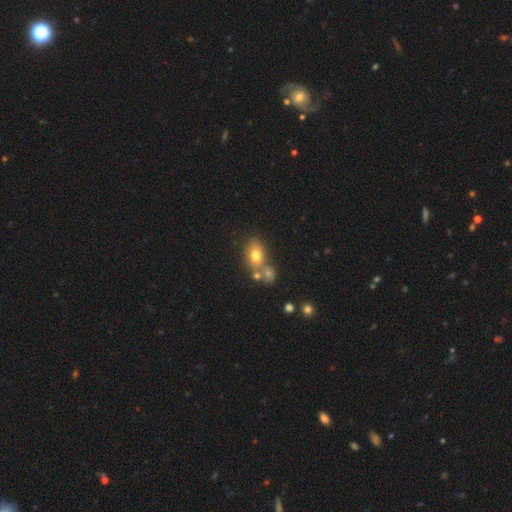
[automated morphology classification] Smooth or featured? Predicted: smooth (p=0.73). How rounded? Predicted: in between (p=0.74). Merging? Predicted: merger (p=0.42).